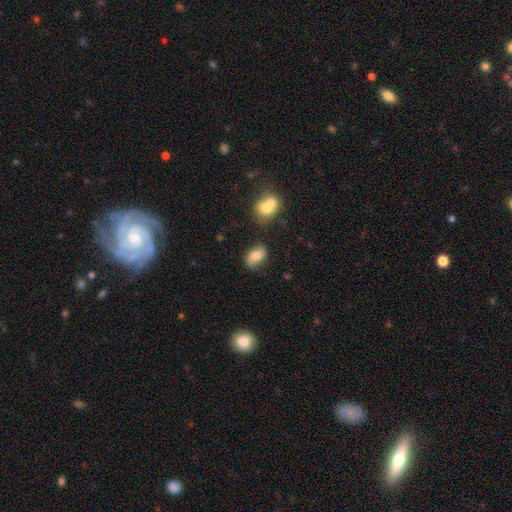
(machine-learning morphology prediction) This appears to be a smooth galaxy with no disk features (60%) that is in between round and cigar-shaped (84%). Merging: none (64%).